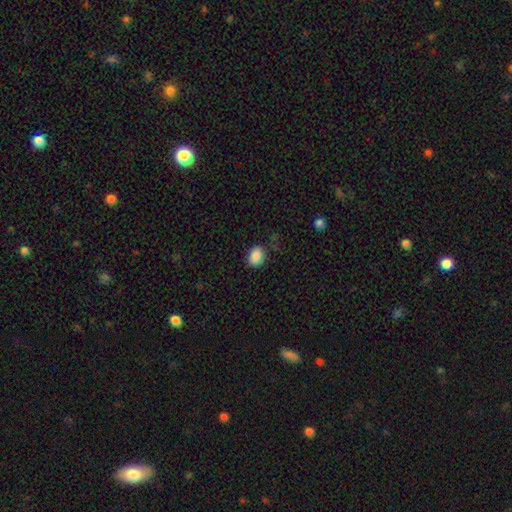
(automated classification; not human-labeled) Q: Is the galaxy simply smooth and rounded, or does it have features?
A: smooth — 88%.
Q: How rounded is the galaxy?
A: in between — 68%.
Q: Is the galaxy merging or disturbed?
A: none — 82%.